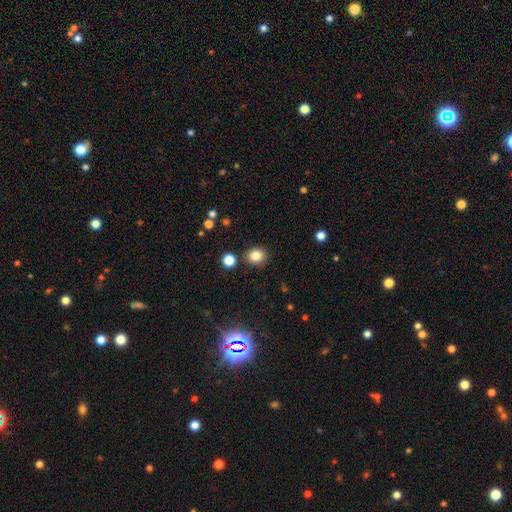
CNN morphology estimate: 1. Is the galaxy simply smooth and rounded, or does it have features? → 82% smooth, 12% star or artifact, 6% featured or disk.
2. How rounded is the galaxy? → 78% round, 21% in between, 1% cigar-shaped.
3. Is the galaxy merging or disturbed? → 87% none, 7% minor disturbance, 4% merger, 2% major disturbance.